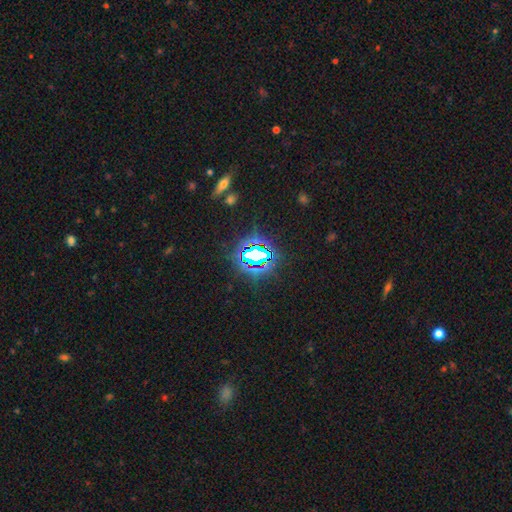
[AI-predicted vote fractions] This is likely a star or artifact rather than a galaxy (75%).